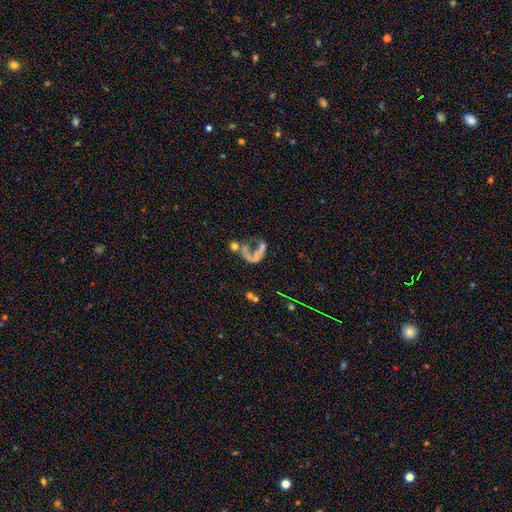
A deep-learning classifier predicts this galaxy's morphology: The model was most divided on "merging": major disturbance: 40%, merger: 29%, none: 21%, minor disturbance: 10%. Remaining: smooth or featured — featured or disk (50%).